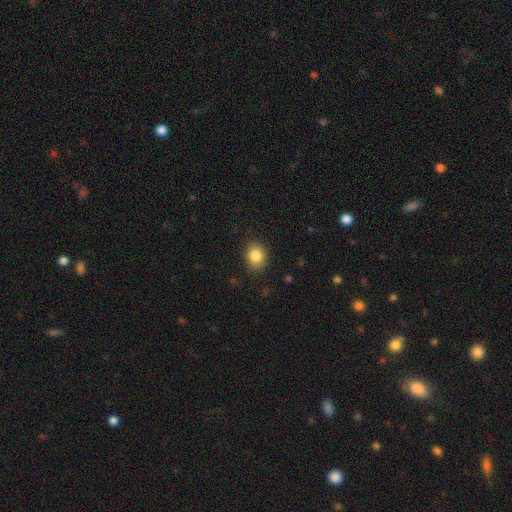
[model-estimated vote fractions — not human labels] The model was most divided on "how rounded": round: 52%, in between: 47%, cigar-shaped: 1%. More confident: merging — none (87%); smooth or featured — smooth (85%).